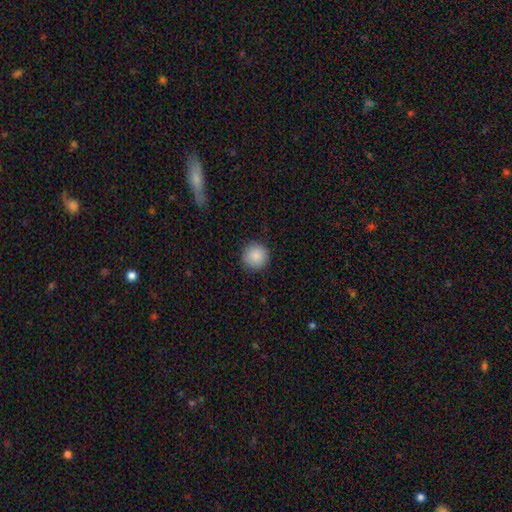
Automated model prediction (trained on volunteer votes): A smooth galaxy with no disk features (89%) that is round (95%).

Vote fractions:
- Smooth or featured? smooth: 89% / star or artifact: 8% / featured or disk: 3%
- How rounded? round: 95% / in between: 4% / cigar-shaped: 1%
- Merging? none: 91% / minor disturbance: 6% / major disturbance: 2% / merger: 1%